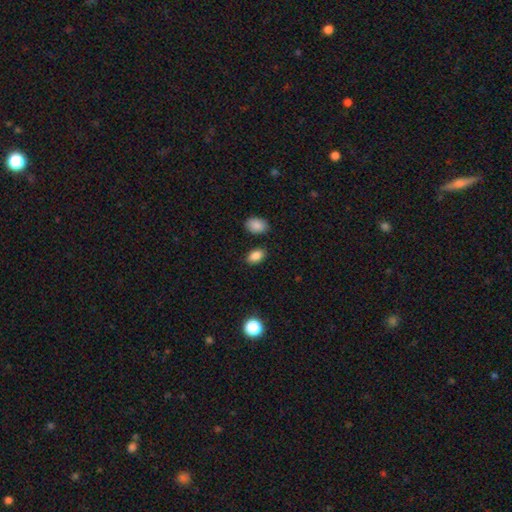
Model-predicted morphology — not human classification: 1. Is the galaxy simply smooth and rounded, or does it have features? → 87% smooth, 9% star or artifact, 4% featured or disk.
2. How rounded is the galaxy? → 88% in between, 11% round, 1% cigar-shaped.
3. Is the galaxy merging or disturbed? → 84% none, 10% minor disturbance, 4% merger, 2% major disturbance.